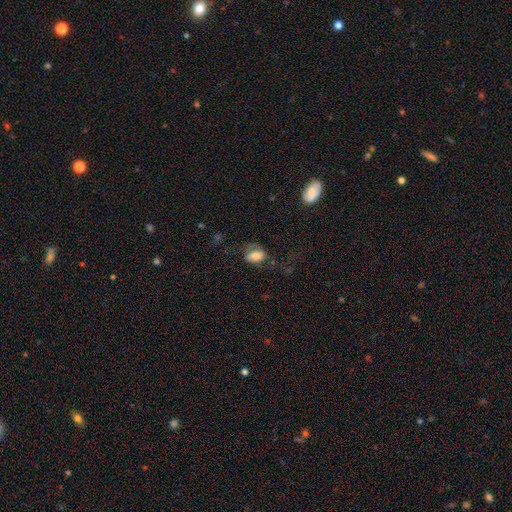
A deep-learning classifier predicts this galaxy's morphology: smooth-or-featured: smooth: 63% | featured or disk: 28% | star or artifact: 9%
  how-rounded: in between: 85% | round: 13% | cigar-shaped: 2%
  merging: none: 44% | major disturbance: 30% | minor disturbance: 23% | merger: 3%